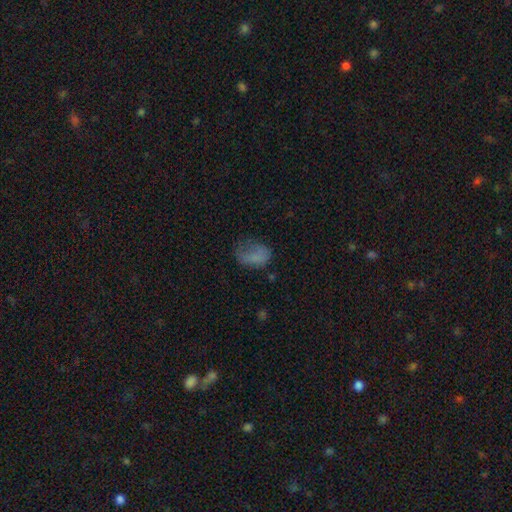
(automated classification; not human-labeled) Smooth or featured? Predicted: smooth (p=0.71). How rounded? Predicted: in between (p=0.75). Merging? Predicted: none (p=0.37).